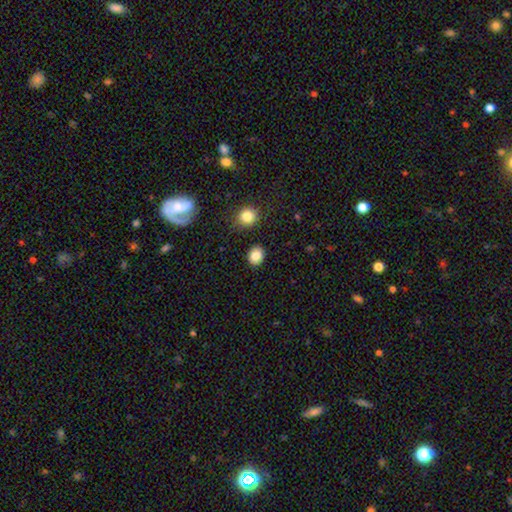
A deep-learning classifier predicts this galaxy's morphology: smooth_or_featured: smooth (p=0.85) [alt: star or artifact p=0.10]
how_rounded: round (p=0.61) [alt: in between p=0.38]
merging: none (p=0.88) [alt: minor disturbance p=0.07]